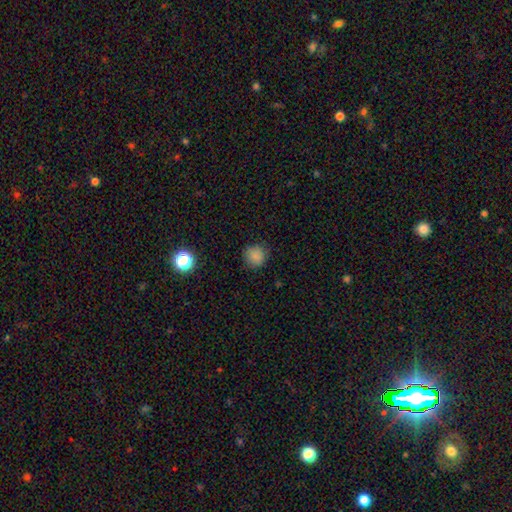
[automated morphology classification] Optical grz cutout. It shows a smooth galaxy with no disk features (83%) that is round (91%). Merging: none (85%).